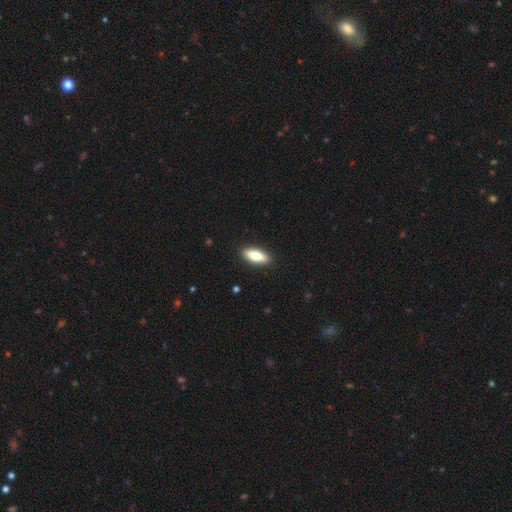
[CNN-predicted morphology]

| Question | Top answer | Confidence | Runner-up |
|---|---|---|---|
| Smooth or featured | smooth | 76% | featured or disk (18%) |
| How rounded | in between | 72% | cigar-shaped (26%) |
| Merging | none | 90% | minor disturbance (8%) |